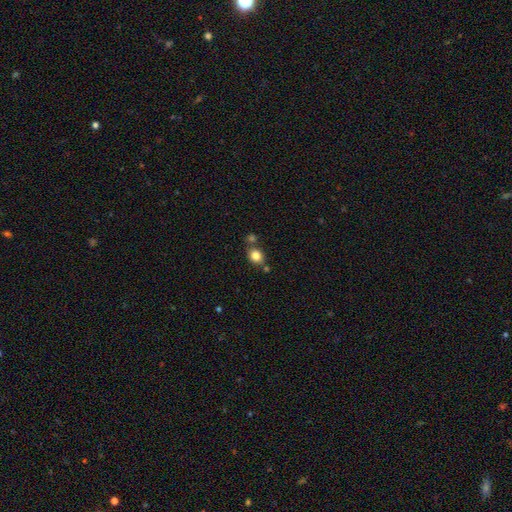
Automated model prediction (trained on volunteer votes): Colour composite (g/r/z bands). It shows a smooth galaxy with no disk features (82%) that is round (60%). Merging: none (68%).